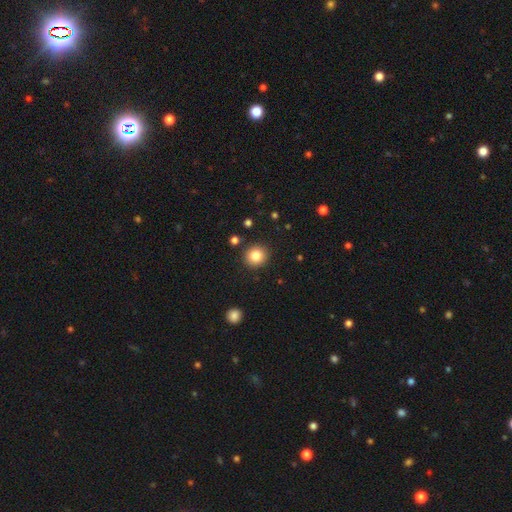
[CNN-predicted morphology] smooth 84%, star or artifact 10%, featured or disk 6%. Down the decision tree: how rounded — round (91%); merging — none (90%).